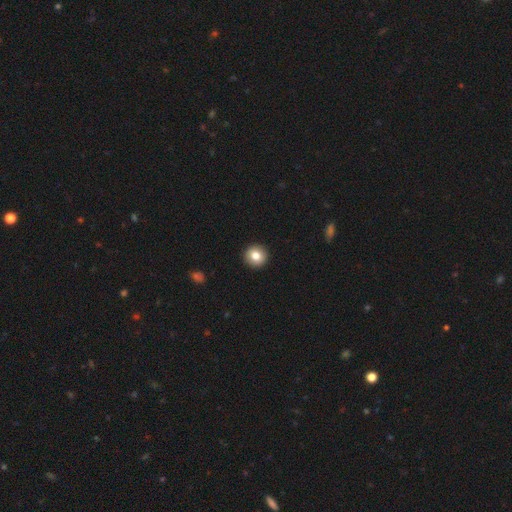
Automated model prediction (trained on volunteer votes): smooth-or-featured: smooth: 81% | featured or disk: 10% | star or artifact: 9%
  how-rounded: round: 94% | in between: 5% | cigar-shaped: 1%
  merging: none: 94% | minor disturbance: 4% | major disturbance: 1% | merger: 1%